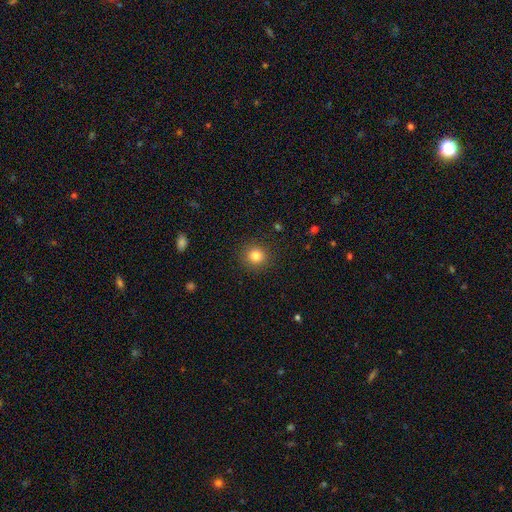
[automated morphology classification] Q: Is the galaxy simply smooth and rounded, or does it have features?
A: smooth — 83%.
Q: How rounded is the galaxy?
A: round — 90%.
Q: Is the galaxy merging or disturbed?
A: none — 89%.